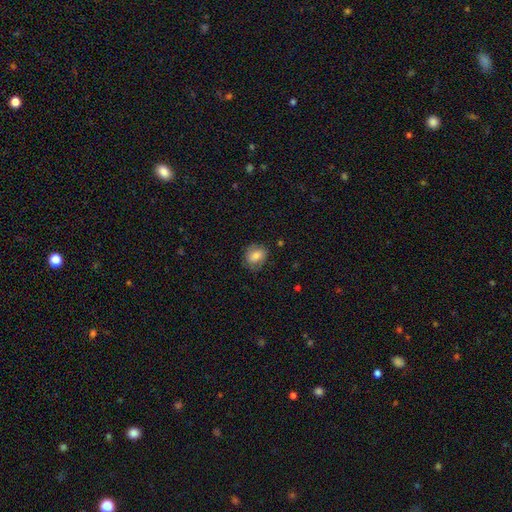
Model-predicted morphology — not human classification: A smooth galaxy with no disk features (76%) that is in between round and cigar-shaped (51%).

Vote fractions:
- Smooth or featured? smooth: 76% / featured or disk: 16% / star or artifact: 8%
- How rounded? in between: 51% / round: 48% / cigar-shaped: 1%
- Merging? none: 71% / minor disturbance: 21% / major disturbance: 7% / merger: 1%